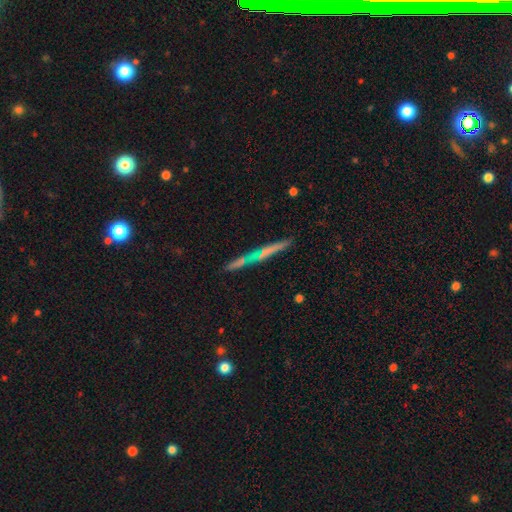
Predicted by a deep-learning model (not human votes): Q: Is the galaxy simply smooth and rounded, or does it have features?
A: featured or disk — 60%.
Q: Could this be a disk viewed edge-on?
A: yes — 94%.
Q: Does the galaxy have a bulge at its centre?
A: none — 46%.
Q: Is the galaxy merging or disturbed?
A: none — 80%.